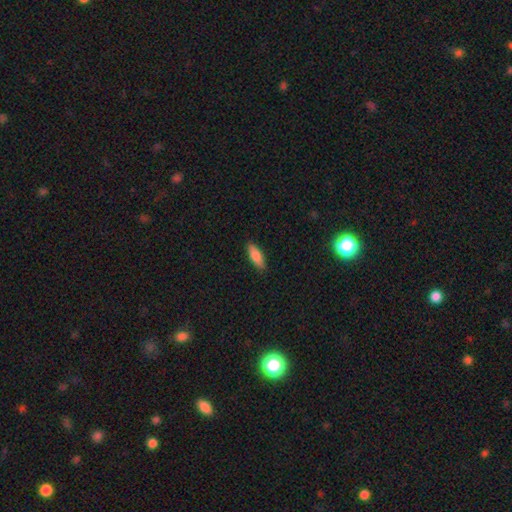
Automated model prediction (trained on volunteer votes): smooth 80%, featured or disk 14%, star or artifact 6%. Down the decision tree: how rounded — in between (62%); merging — none (88%).